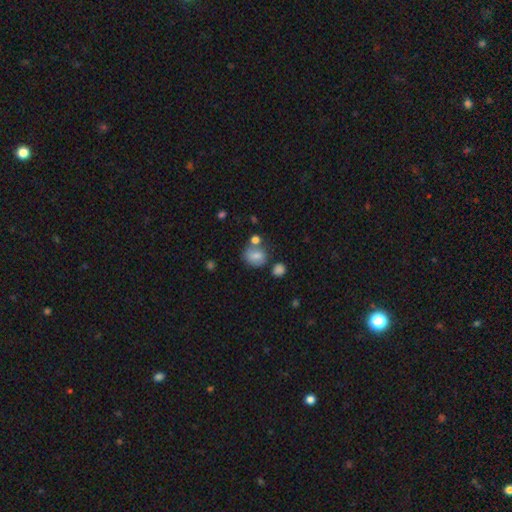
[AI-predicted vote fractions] Smooth or featured?
  - smooth: 74% *
  - featured or disk: 16%
  - star or artifact: 10%
How rounded?
  - round: 64% *
  - in between: 35%
  - cigar-shaped: 1%
Merging?
  - none: 57% *
  - merger: 19%
  - minor disturbance: 18%
  - major disturbance: 6%